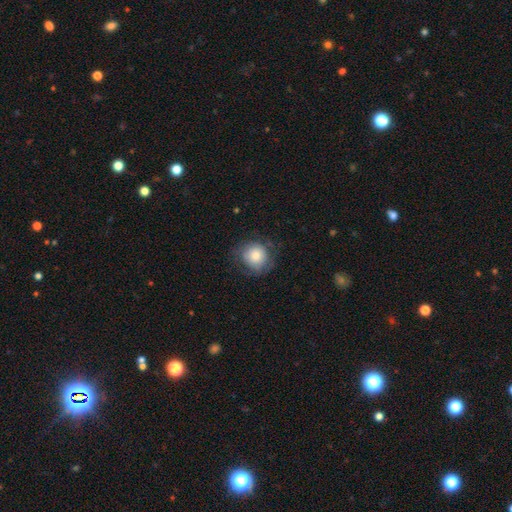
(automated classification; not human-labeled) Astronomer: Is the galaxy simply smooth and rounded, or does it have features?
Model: smooth — 70%.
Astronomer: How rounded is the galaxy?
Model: round — 90%.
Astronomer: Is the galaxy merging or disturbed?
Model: none — 70%.